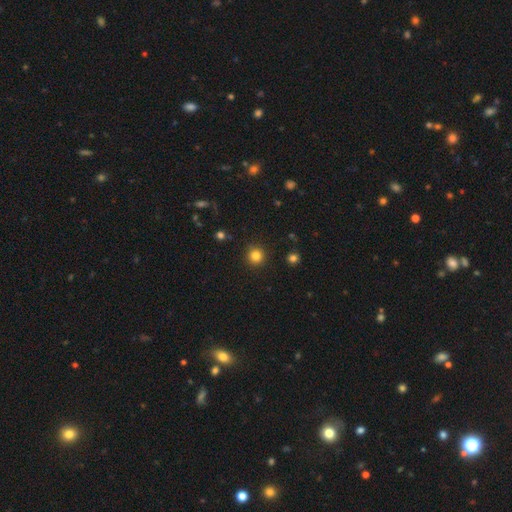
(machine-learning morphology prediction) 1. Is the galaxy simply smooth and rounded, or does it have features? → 83% smooth, 13% star or artifact, 5% featured or disk.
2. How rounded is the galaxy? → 95% round, 5% in between, 1% cigar-shaped.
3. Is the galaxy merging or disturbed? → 91% none, 6% minor disturbance, 2% major disturbance, 1% merger.